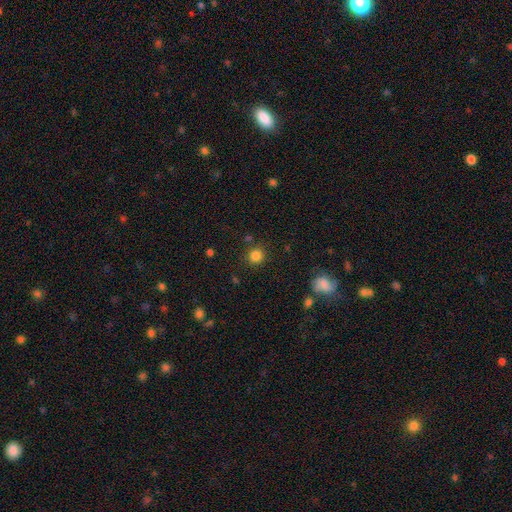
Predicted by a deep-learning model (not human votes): smooth 83%, star or artifact 13%, featured or disk 4%. Down the decision tree: how rounded — round (91%); merging — none (86%).